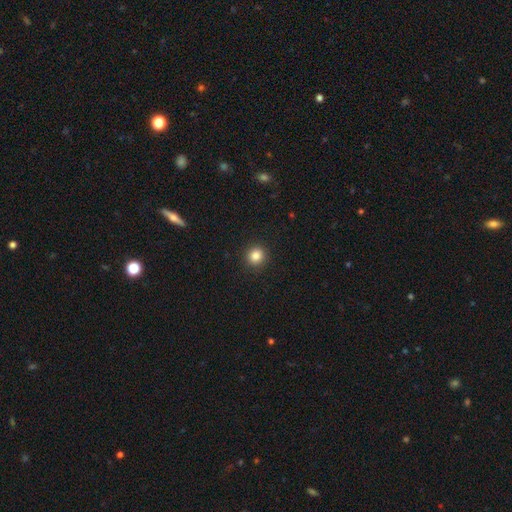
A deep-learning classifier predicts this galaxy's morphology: Smooth or featured: smooth — 84% (star or artifact — 11%)
How rounded: round — 91% (in between — 8%)
Merging: none — 92% (minor disturbance — 5%)